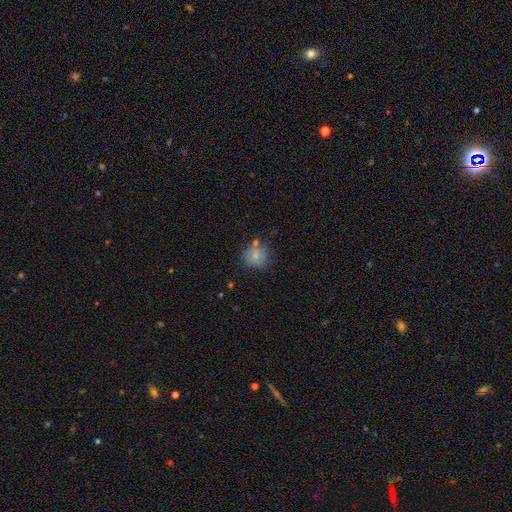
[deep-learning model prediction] Smooth or featured? Predicted: smooth (p=0.75). How rounded? Predicted: round (p=0.86). Merging? Predicted: none (p=0.62).